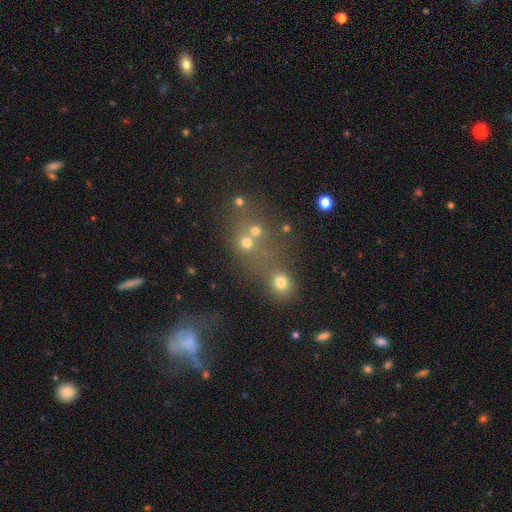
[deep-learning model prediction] smooth_or_featured: star or artifact (p=0.47) [alt: smooth p=0.38]